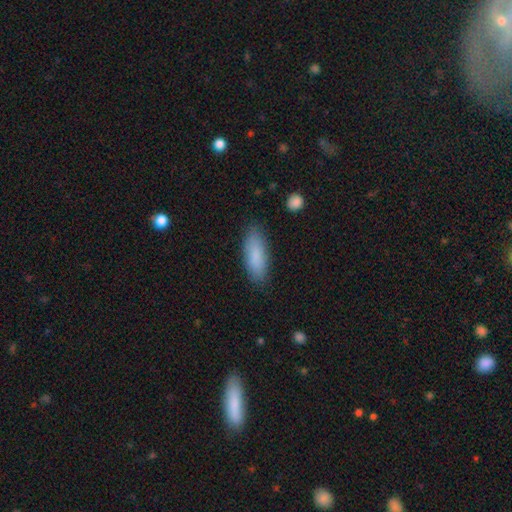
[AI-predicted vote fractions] Overall: smooth (86%). How rounded: in between (64%; cigar-shaped 34%). Merging: none (84%).